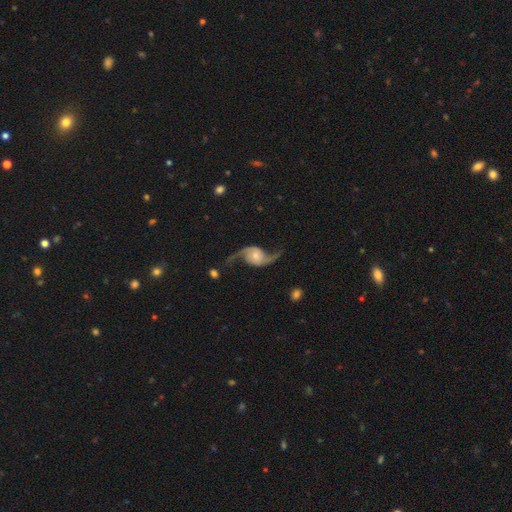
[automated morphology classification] type=featured or disk (90%); edge-on=no (97%); bar=no (65%); spiral arms=yes (97%); winding=loose (86%); arm count=2 (94%); bulge=small (52%); merging=none (73%).